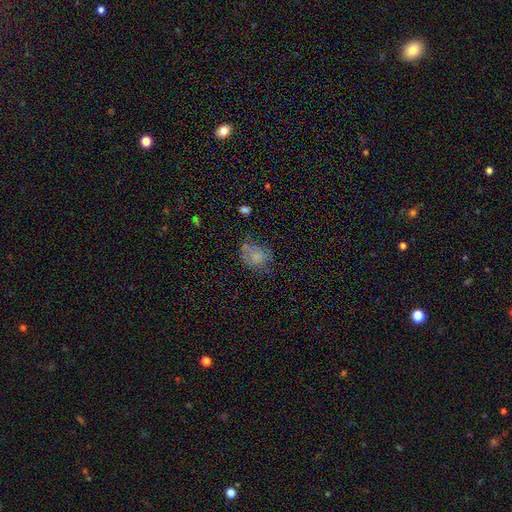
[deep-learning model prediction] Smooth or featured: smooth — 62% (featured or disk — 22%)
How rounded: in between — 50% (round — 49%)
Merging: none — 49% (minor disturbance — 27%)